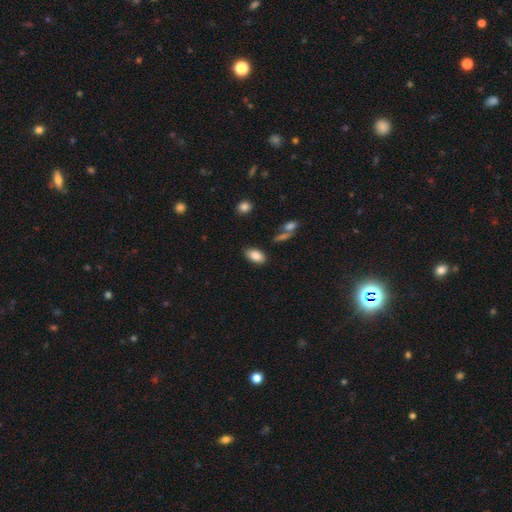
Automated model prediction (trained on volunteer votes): Smooth or featured? smooth (85%)
How rounded? in between (92%)
Merging? none (82%)